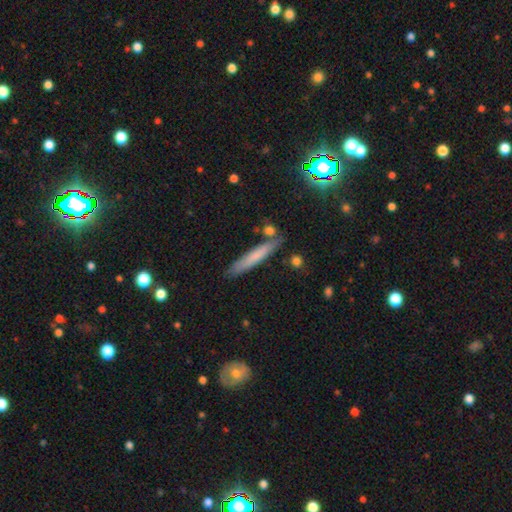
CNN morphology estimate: Smooth or featured? Predicted: smooth (p=0.67). How rounded? Predicted: cigar-shaped (p=0.93). Merging? Predicted: none (p=0.81).